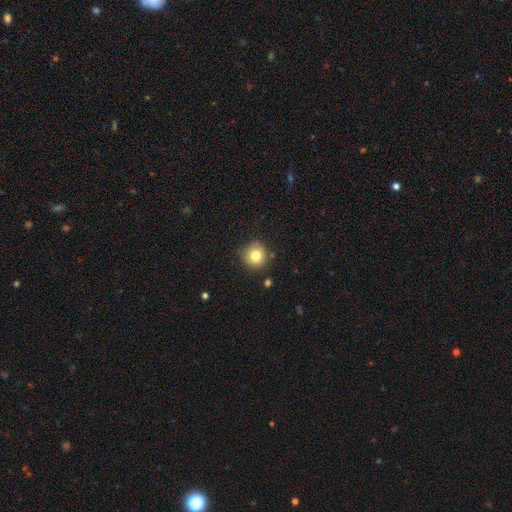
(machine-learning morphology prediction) smooth 80%, star or artifact 11%, featured or disk 9%. Down the decision tree: how rounded — round (93%); merging — none (84%).